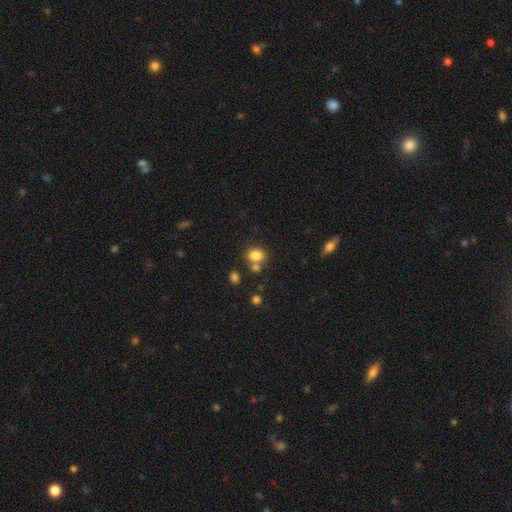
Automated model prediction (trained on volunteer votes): A smooth galaxy with no disk features (82%) that is in between round and cigar-shaped (58%). Merging: none (61%).